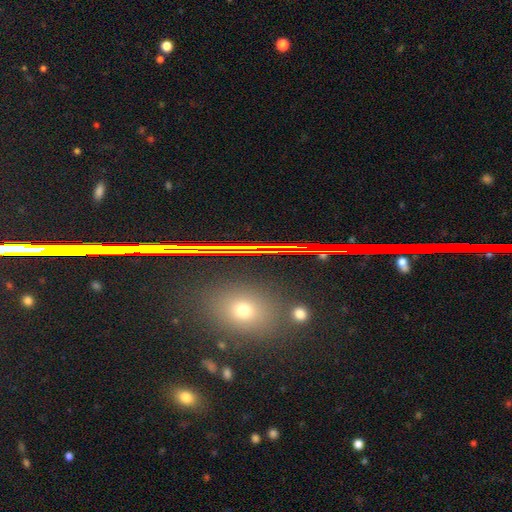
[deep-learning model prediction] Overall: star or artifact (51%; smooth 34%).